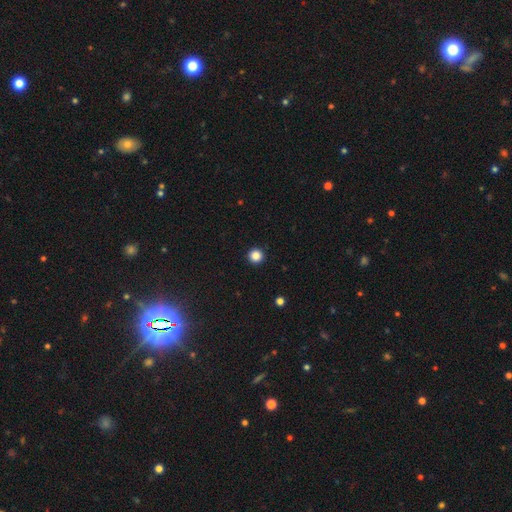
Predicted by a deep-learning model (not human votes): smooth_or_featured: smooth (p=0.86) [alt: star or artifact p=0.11]
how_rounded: round (p=0.96) [alt: in between p=0.03]
merging: none (p=0.94) [alt: minor disturbance p=0.04]